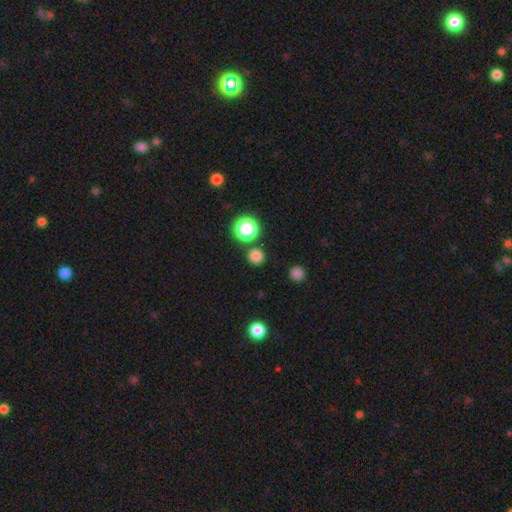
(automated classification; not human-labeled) smooth-or-featured: smooth: 78% | star or artifact: 18% | featured or disk: 4%
  how-rounded: round: 93% | in between: 6% | cigar-shaped: 1%
  merging: none: 87% | minor disturbance: 6% | merger: 5% | major disturbance: 2%